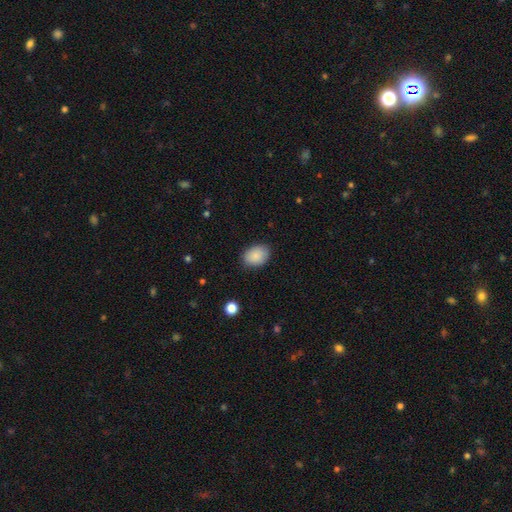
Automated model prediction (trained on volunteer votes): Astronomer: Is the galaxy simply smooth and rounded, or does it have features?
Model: smooth — 88%.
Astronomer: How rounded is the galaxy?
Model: in between — 78%.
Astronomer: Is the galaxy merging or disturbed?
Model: none — 84%.